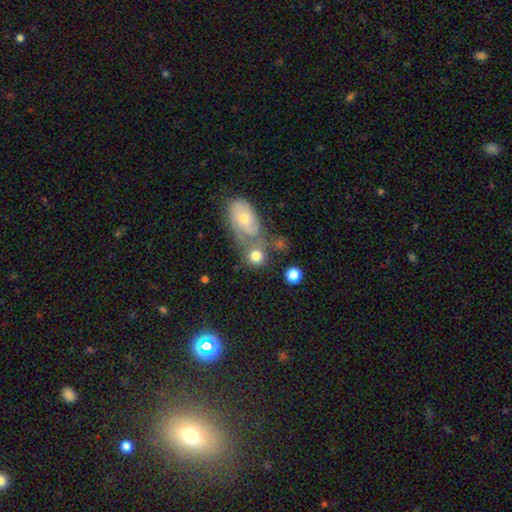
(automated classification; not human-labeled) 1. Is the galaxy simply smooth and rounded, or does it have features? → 72% smooth, 19% featured or disk, 9% star or artifact.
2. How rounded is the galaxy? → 75% round, 23% in between, 2% cigar-shaped.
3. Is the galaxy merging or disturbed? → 47% none, 32% merger, 13% minor disturbance, 8% major disturbance.